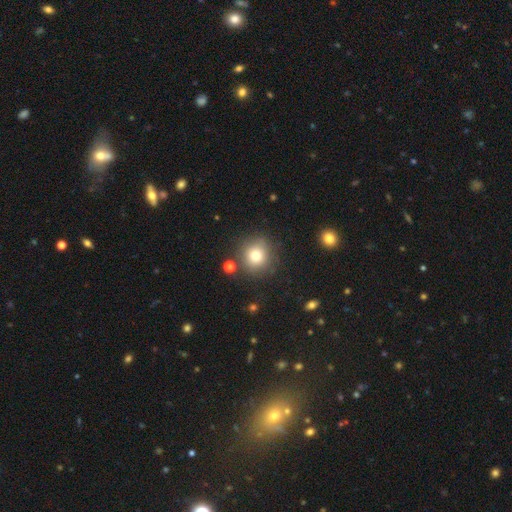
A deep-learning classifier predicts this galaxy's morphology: smooth-or-featured: smooth: 77% | star or artifact: 13% | featured or disk: 10%
  how-rounded: round: 91% | in between: 8% | cigar-shaped: 1%
  merging: none: 83% | minor disturbance: 9% | merger: 5% | major disturbance: 3%